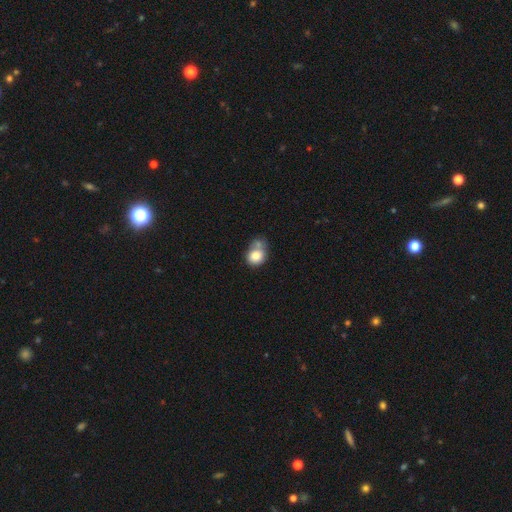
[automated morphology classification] A smooth galaxy with no disk features (80%) that is round (63%). Merging: merger (42%).